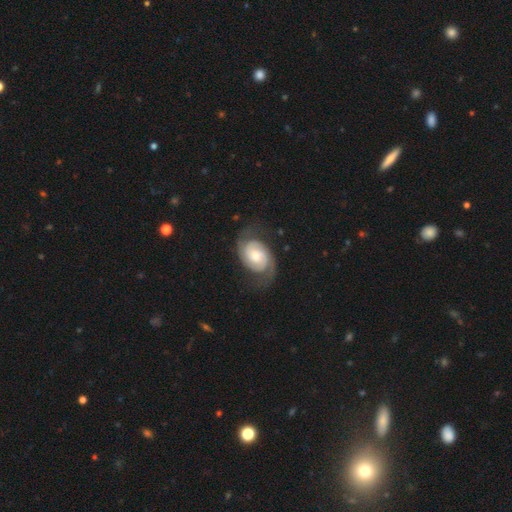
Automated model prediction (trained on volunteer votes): Smooth or featured: featured or disk — 84% (smooth — 11%)
Edge-on disk: no — 97% (yes — 3%)
Bar: no — 62% (weak — 31%)
Spiral arms: yes — 96% (no — 4%)
Spiral winding: tight — 46% (medium — 40%)
Spiral arm count: 2 — 89% (can't tell — 5%)
Bulge size: moderate — 56% (small — 33%)
Merging: none — 72% (minor disturbance — 17%)